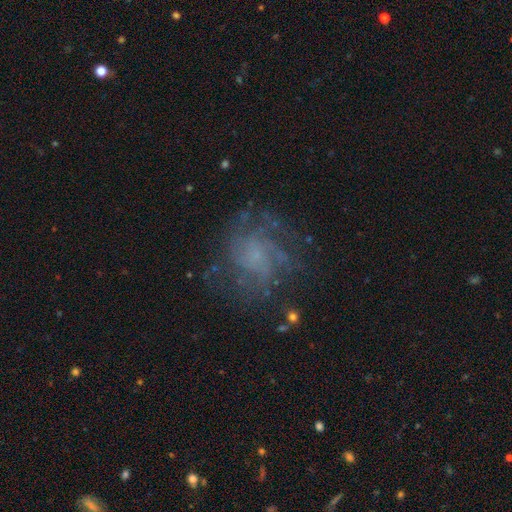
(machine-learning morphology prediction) Smooth or featured? featured or disk (66%)
Edge-on disk? no (98%)
Bar? no (78%)
Spiral arms? yes (82%)
Spiral winding? medium (40%)
Spiral arm count? can't tell (43%)
Bulge size? small (43%)
Merging? none (66%)